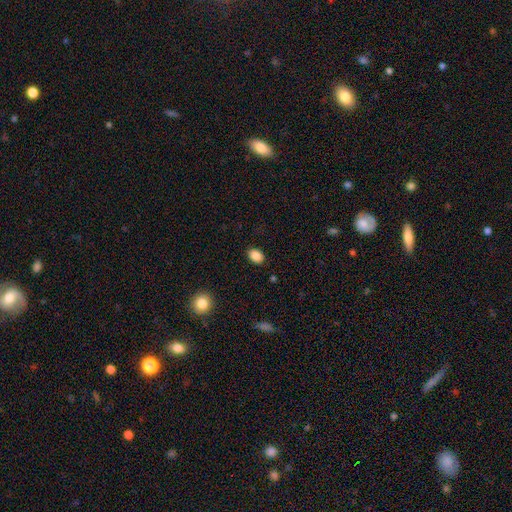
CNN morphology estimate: The model was most divided on "how rounded": in between: 75%, round: 23%, cigar-shaped: 1%. More confident: merging — none (88%); smooth or featured — smooth (87%).